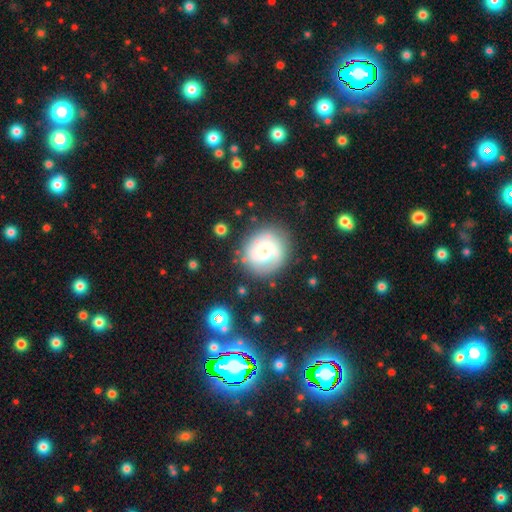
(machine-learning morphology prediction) This appears to be a featured or disk galaxy (66%) with no bar (60%), 2 (62%) medium (44%) spiral arms (91%) and a moderate central bulge (45%). Merging: none (77%).